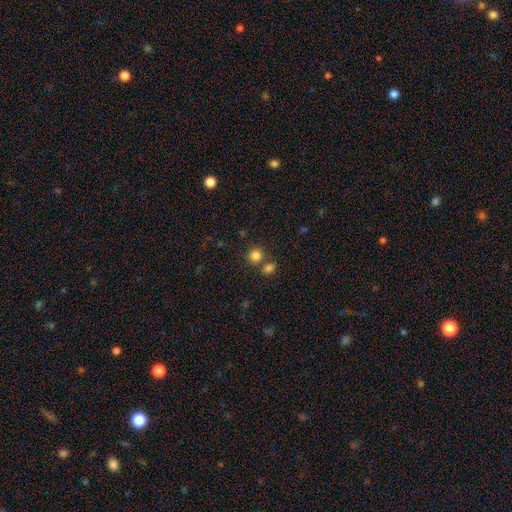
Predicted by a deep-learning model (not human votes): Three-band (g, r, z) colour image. It shows a smooth galaxy with no disk features (82%) that is round (89%). Merging: none (68%).